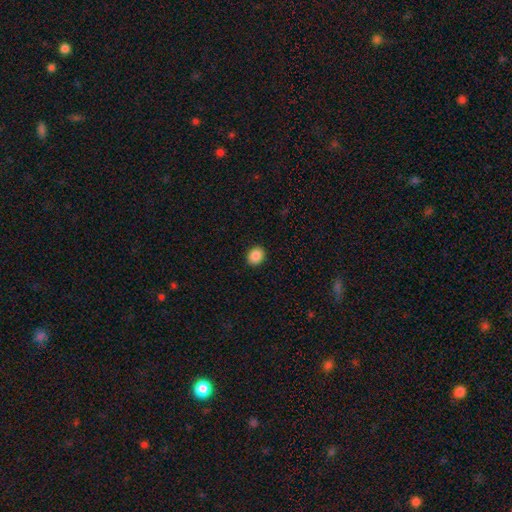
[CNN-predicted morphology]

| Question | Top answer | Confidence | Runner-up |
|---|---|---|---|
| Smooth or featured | smooth | 88% | star or artifact (9%) |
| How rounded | round | 56% | in between (43%) |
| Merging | none | 91% | minor disturbance (6%) |